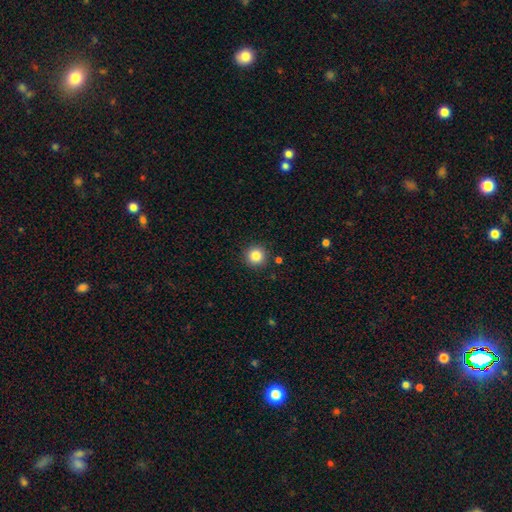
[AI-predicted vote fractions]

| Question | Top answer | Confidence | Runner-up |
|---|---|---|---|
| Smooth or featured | smooth | 84% | star or artifact (10%) |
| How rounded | round | 95% | in between (4%) |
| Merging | none | 91% | minor disturbance (6%) |